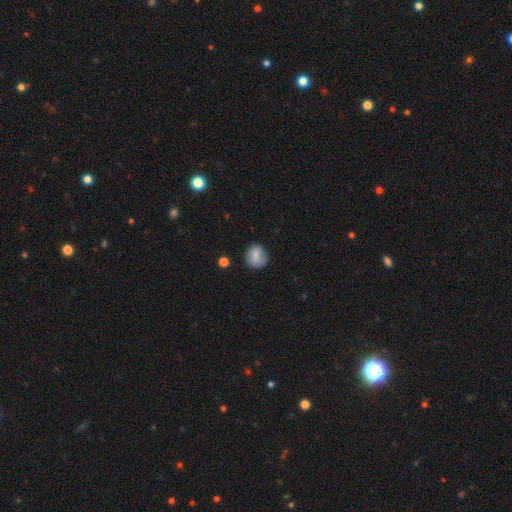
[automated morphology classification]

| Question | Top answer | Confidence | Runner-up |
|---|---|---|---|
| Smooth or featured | smooth | 78% | featured or disk (13%) |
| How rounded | round | 78% | in between (21%) |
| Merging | none | 79% | minor disturbance (15%) |